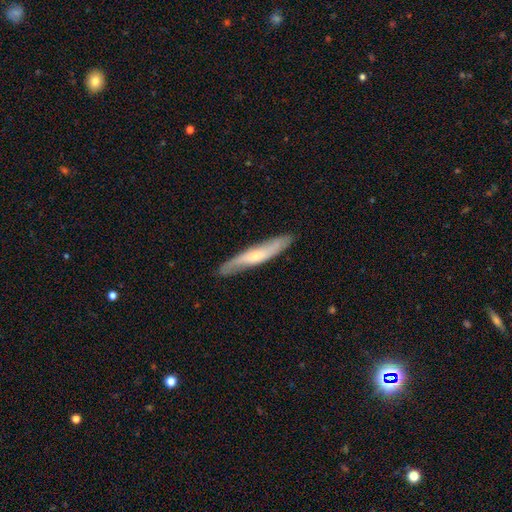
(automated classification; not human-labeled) This is possibly a featured or disk galaxy (59%). It is likely viewed edge-on (61%). Merging: clearly none (84%).